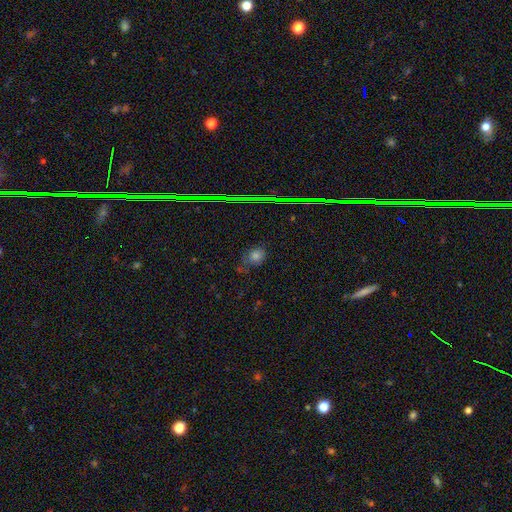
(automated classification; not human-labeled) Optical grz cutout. It shows a smooth galaxy with no disk features (68%) that is round (57%). Merging: none (66%).